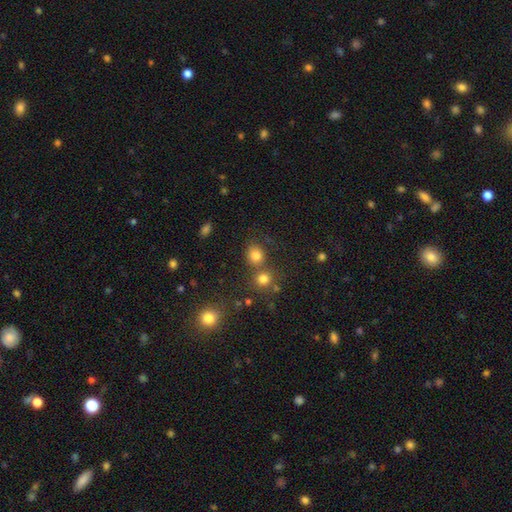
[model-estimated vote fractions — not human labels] This is likely a smooth galaxy (78%). How rounded: likely round (76%). Merging: possibly none (59%).